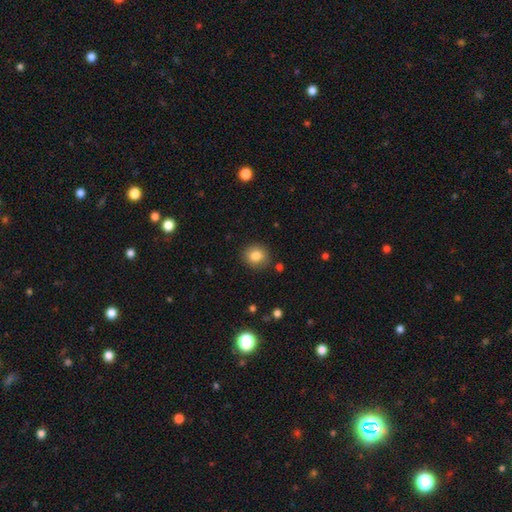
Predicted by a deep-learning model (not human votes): Morphology: type=smooth (83%); roundness=round (83%); merging=none (87%).